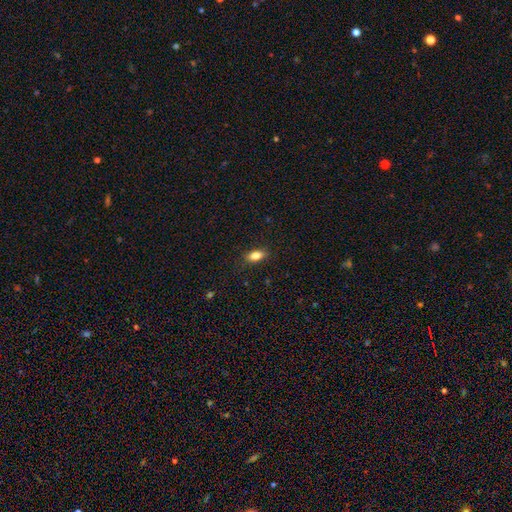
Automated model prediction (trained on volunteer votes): A smooth galaxy with no disk features (81%) that is in between round and cigar-shaped (84%). Merging: none (86%).